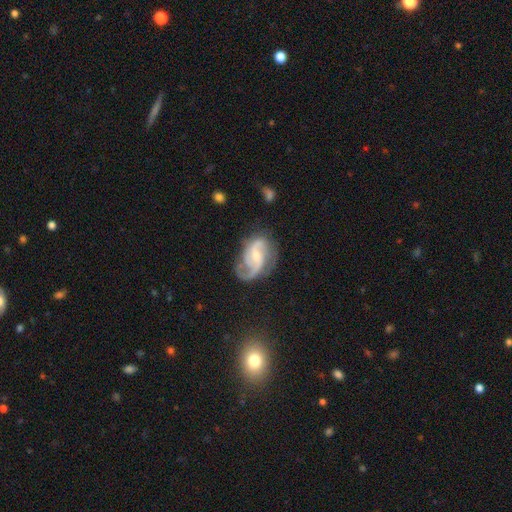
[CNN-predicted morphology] This appears to be a featured or disk galaxy (88%) with a weak bar (47%), 2 (69%) medium (51%) spiral arms (97%) and a small central bulge (56%). Merging: none (60%).